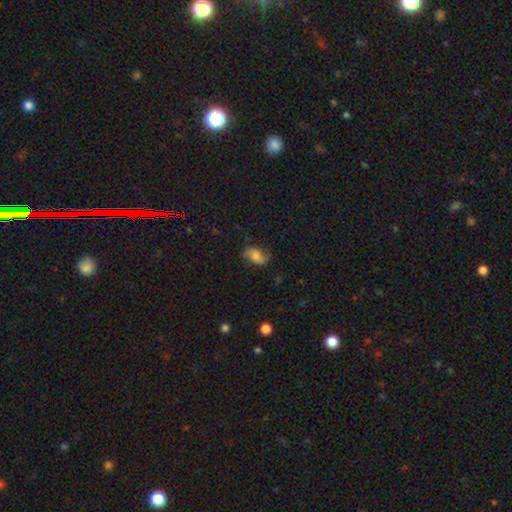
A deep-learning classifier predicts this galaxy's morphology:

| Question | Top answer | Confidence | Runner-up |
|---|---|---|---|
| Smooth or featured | smooth | 53% | featured or disk (37%) |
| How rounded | in between | 86% | round (12%) |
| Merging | none | 64% | minor disturbance (24%) |